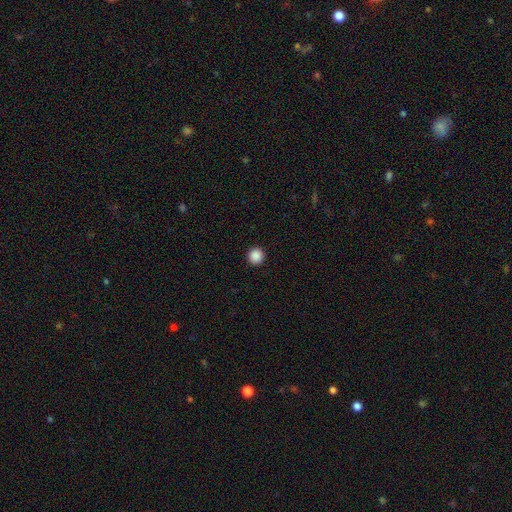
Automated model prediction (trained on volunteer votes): Smooth or featured?
  - smooth: 88% *
  - star or artifact: 10%
  - featured or disk: 2%
How rounded?
  - round: 96% *
  - in between: 3%
  - cigar-shaped: 1%
Merging?
  - none: 94% *
  - minor disturbance: 4%
  - major disturbance: 1%
  - merger: 1%